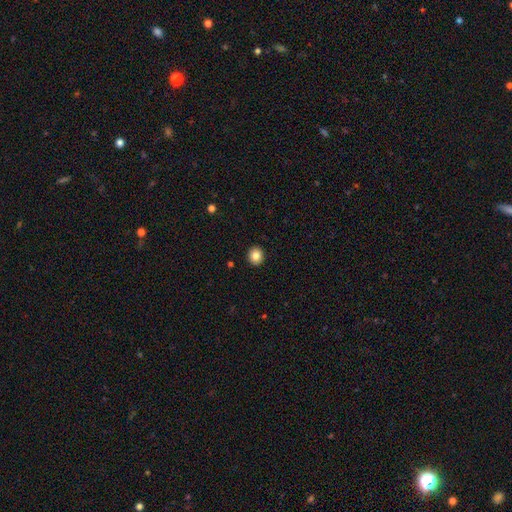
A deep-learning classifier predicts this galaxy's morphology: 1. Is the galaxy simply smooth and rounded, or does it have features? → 83% smooth, 9% star or artifact, 7% featured or disk.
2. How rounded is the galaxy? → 83% round, 16% in between, 1% cigar-shaped.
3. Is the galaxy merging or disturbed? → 93% none, 5% minor disturbance, 2% major disturbance, 1% merger.